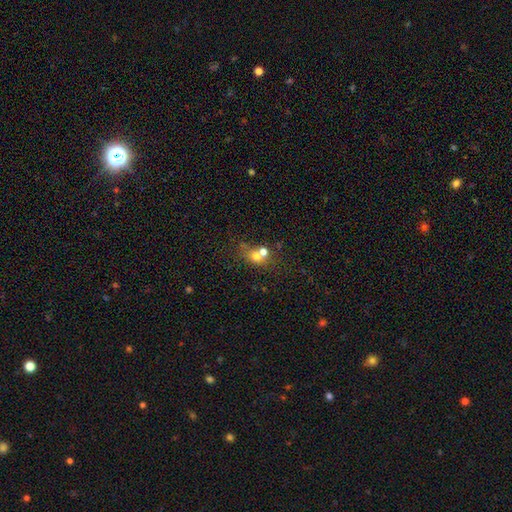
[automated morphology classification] Q: Smooth or featured?
A: smooth (64%); runner-up: featured or disk (18%)
Q: How rounded?
A: round (71%); runner-up: in between (28%)
Q: Merging?
A: merger (50%); runner-up: none (37%)